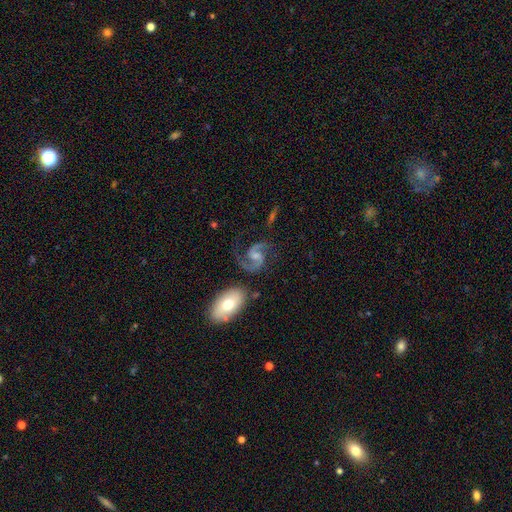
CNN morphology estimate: Smooth or featured? Predicted: featured or disk (p=0.90). Edge-on disk? Predicted: no (p=0.98). Bar? Predicted: no (p=0.43, tied with weak). Spiral arms? Predicted: yes (p=0.98). Spiral winding? Predicted: medium (p=0.60). Spiral arm count? Predicted: 2 (p=0.93). Bulge size? Predicted: small (p=0.43). Merging? Predicted: none (p=0.70).